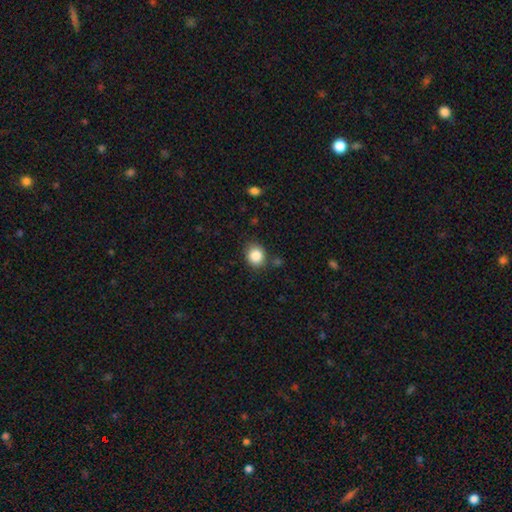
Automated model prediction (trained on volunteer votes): Overall: smooth (86%). How rounded: round (71%). Merging: none (80%).